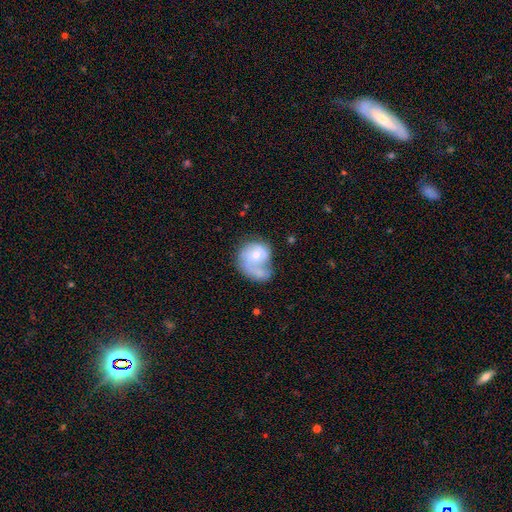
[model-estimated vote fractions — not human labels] Smooth or featured?
  - featured or disk: 53% *
  - smooth: 40%
  - star or artifact: 7%
Edge-on disk?
  - no: 98% *
  - yes: 2%
Bar?
  - no: 72% *
  - weak: 24%
  - strong: 4%
Spiral arms?
  - yes: 68% *
  - no: 32%
Bulge size?
  - small: 49% *
  - moderate: 40%
  - none: 6%
  - large: 4%
  - dominant: 1%
Merging?
  - merger: 29% *
  - none: 27%
  - major disturbance: 25%
  - minor disturbance: 19%